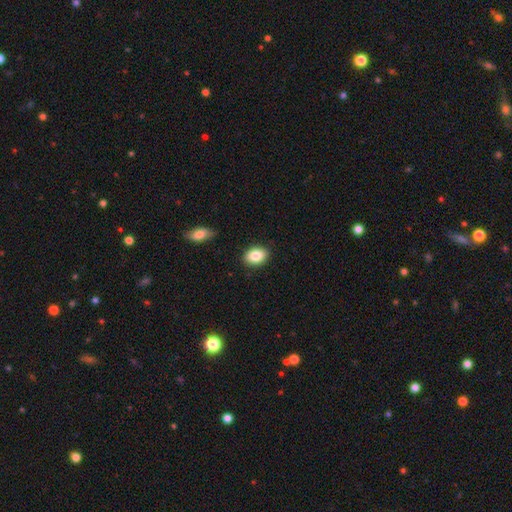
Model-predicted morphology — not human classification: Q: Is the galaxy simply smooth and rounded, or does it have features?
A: smooth — 85%.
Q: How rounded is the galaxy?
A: in between — 76%.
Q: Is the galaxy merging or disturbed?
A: none — 87%.